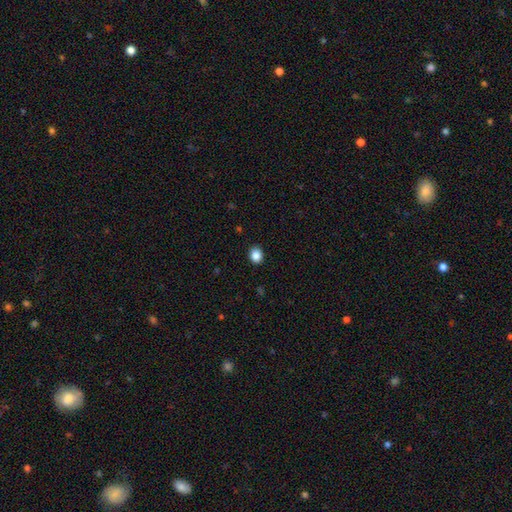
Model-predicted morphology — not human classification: Q: Smooth or featured?
A: smooth (87%); runner-up: star or artifact (10%)
Q: How rounded?
A: round (67%); runner-up: in between (32%)
Q: Merging?
A: none (91%); runner-up: minor disturbance (6%)